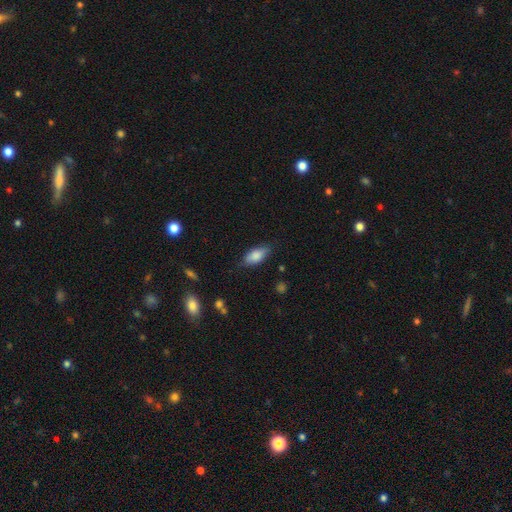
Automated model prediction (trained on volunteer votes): A smooth galaxy with no disk features (81%) that is in between round and cigar-shaped (85%).

Vote fractions:
- Smooth or featured? smooth: 81% / featured or disk: 12% / star or artifact: 7%
- How rounded? in between: 85% / cigar-shaped: 12% / round: 3%
- Merging? none: 77% / minor disturbance: 18% / major disturbance: 4% / merger: 1%